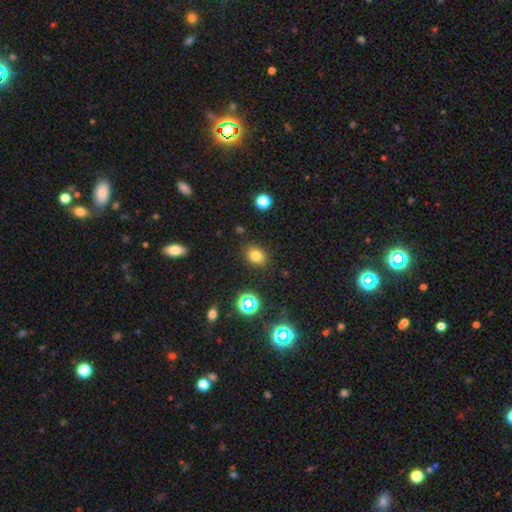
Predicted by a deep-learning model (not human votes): Smooth or featured?
  - smooth: 77% *
  - star or artifact: 16%
  - featured or disk: 7%
How rounded?
  - in between: 51% *
  - round: 48%
  - cigar-shaped: 1%
Merging?
  - none: 85% *
  - minor disturbance: 10%
  - major disturbance: 3%
  - merger: 2%